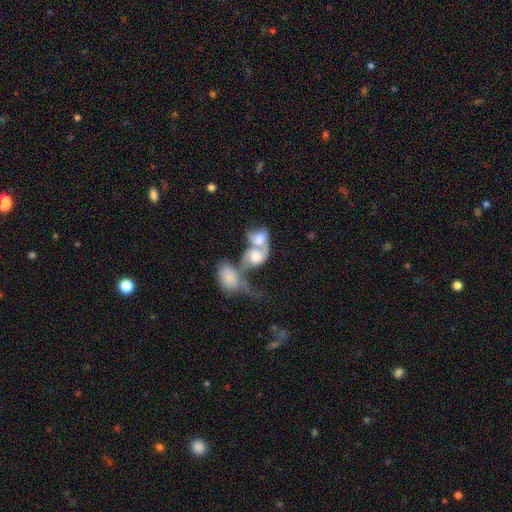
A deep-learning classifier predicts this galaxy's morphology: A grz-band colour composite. It shows a featured or disk galaxy (57%) with no bar (74%), spiral arms (71%) and a moderate central bulge (45%). Merging: merger (79%).